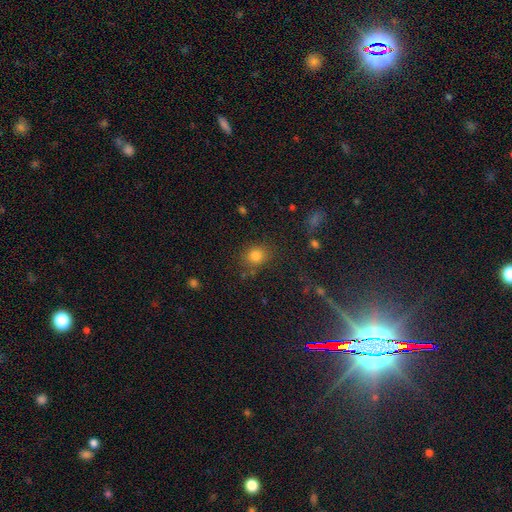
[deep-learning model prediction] A smooth galaxy with no disk features (79%) that is round (65%). Merging: none (80%).